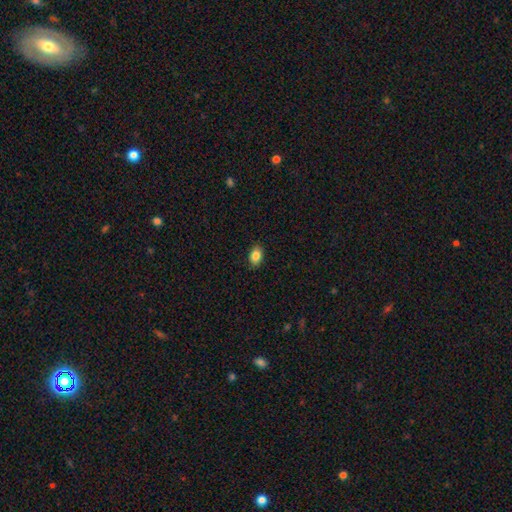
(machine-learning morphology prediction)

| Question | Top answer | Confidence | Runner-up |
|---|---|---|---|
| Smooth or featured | smooth | 86% | star or artifact (8%) |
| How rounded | in between | 83% | round (15%) |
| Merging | none | 89% | minor disturbance (9%) |